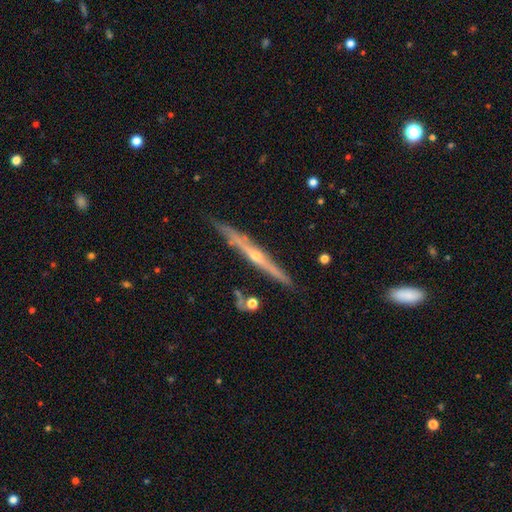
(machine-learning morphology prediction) smooth-or-featured: featured or disk: 78% | smooth: 16% | star or artifact: 6%
  disk-edge-on: yes: 96% | no: 4%
    edge-on-bulge: rounded: 80% | none: 17% | boxy: 3%
  merging: none: 85% | minor disturbance: 11% | merger: 2% | major disturbance: 2%